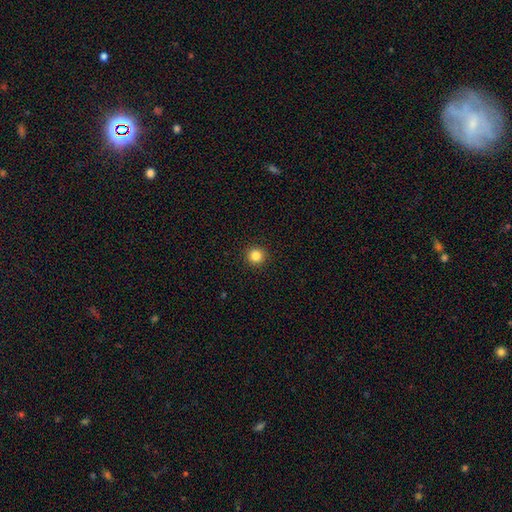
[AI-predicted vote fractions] A smooth galaxy with no disk features (85%) that is round (94%). Merging: none (93%).